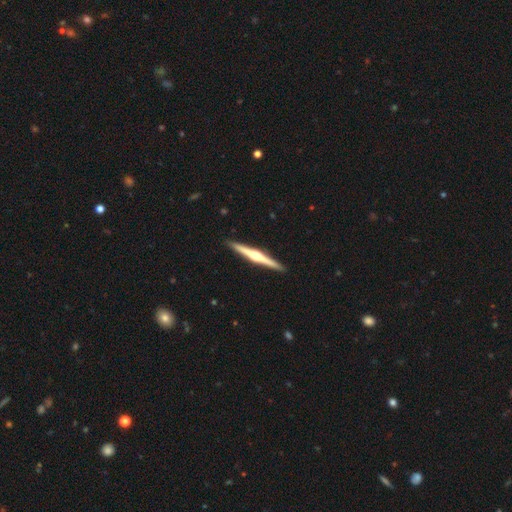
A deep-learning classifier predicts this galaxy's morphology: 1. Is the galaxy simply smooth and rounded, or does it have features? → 77% featured or disk, 19% smooth, 4% star or artifact.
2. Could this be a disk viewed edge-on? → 99% yes, 1% no.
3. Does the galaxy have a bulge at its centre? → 91% rounded, 5% none, 4% boxy.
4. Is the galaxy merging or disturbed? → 92% none, 5% minor disturbance, 1% major disturbance, 1% merger.